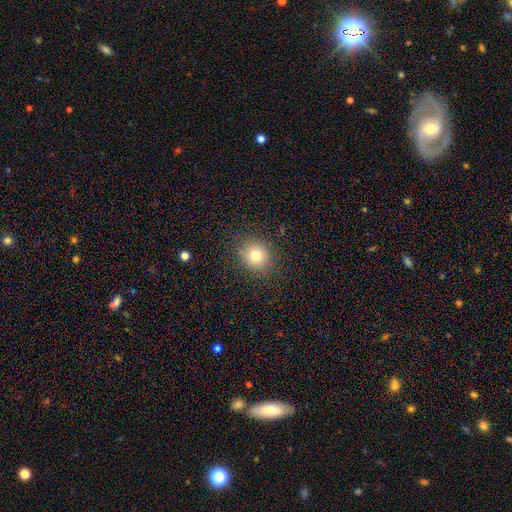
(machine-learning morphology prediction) smooth-or-featured: smooth: 78% | star or artifact: 13% | featured or disk: 9%
  how-rounded: round: 83% | in between: 16% | cigar-shaped: 1%
  merging: none: 86% | minor disturbance: 9% | major disturbance: 3% | merger: 1%